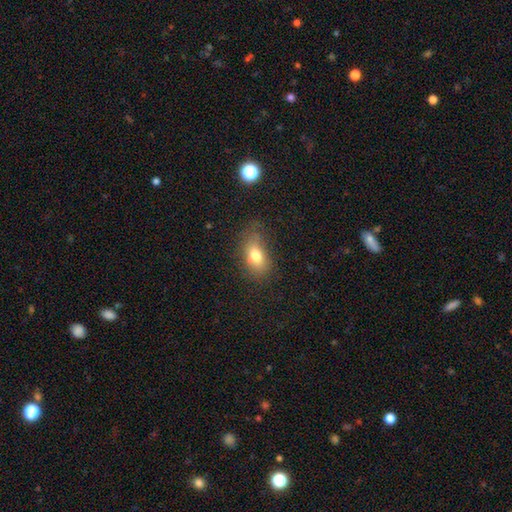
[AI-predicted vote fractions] The model was most divided on "merging": none: 63%, minor disturbance: 24%, major disturbance: 10%, merger: 4%. More confident: how rounded — in between (83%); smooth or featured — smooth (75%).